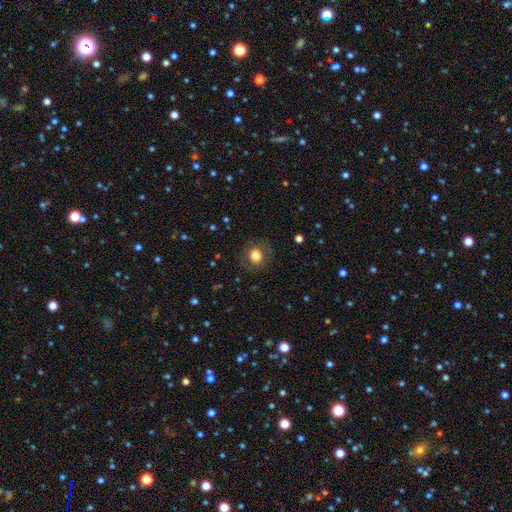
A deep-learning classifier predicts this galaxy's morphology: type=smooth (77%); roundness=round (82%); merging=none (84%).